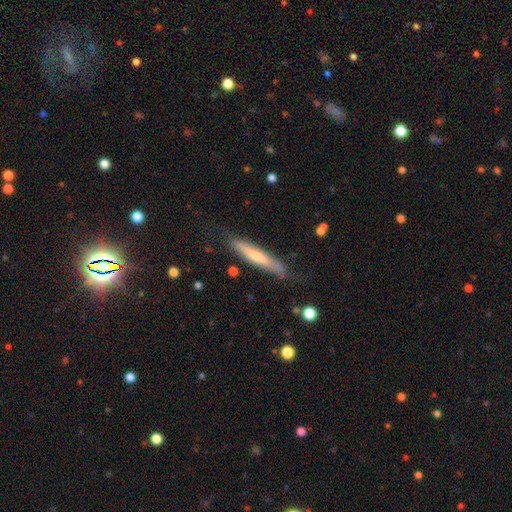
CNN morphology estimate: This is possibly a smooth galaxy (51%). How rounded: clearly cigar-shaped (92%). Merging: likely none (77%).